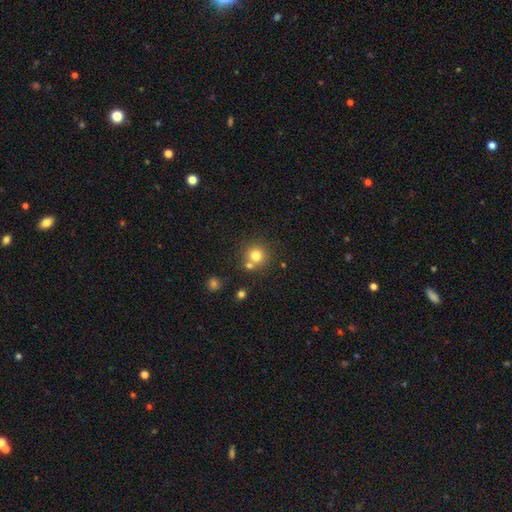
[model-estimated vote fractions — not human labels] This appears to be a smooth galaxy with no disk features (78%) that is round (92%). Merging: none (67%).